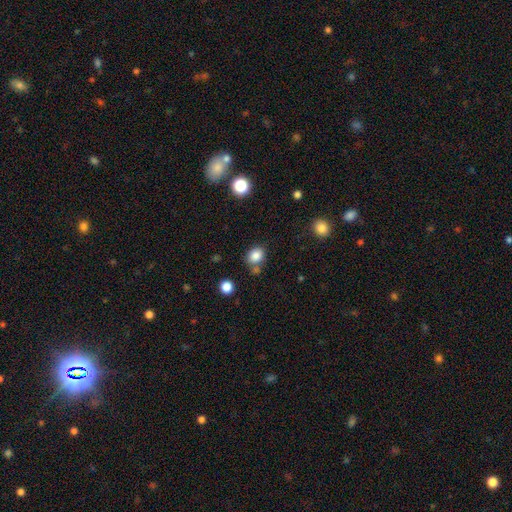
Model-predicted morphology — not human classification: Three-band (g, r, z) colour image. It shows a smooth galaxy with no disk features (84%) that is round (58%). Merging: none (69%).